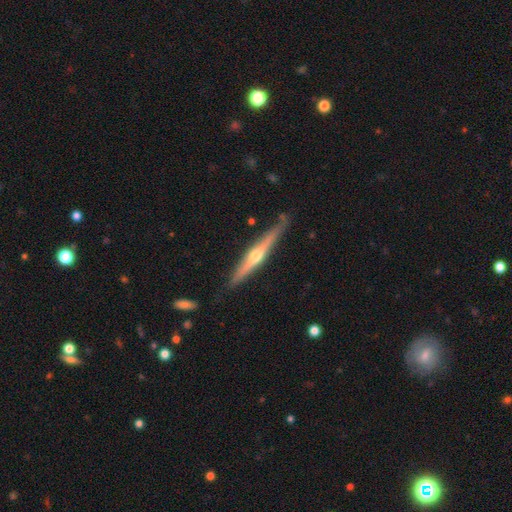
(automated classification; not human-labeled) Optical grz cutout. It shows a featured or disk galaxy (75%) viewed edge-on (97%) with a rounded central bulge (88%). Merging: none (84%).